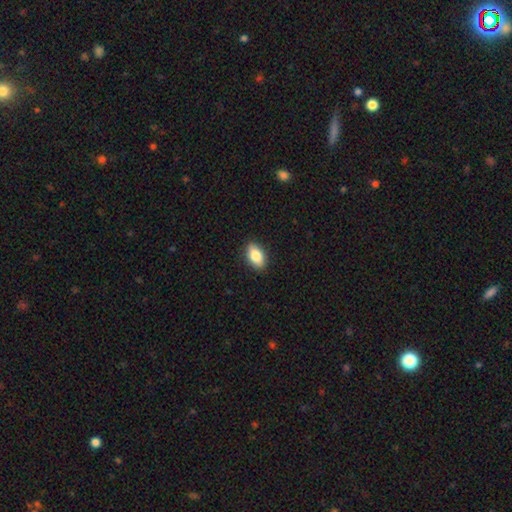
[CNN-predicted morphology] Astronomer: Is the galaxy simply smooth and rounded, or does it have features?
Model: smooth — 84%.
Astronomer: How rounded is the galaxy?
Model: in between — 90%.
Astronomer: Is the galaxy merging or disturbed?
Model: none — 89%.